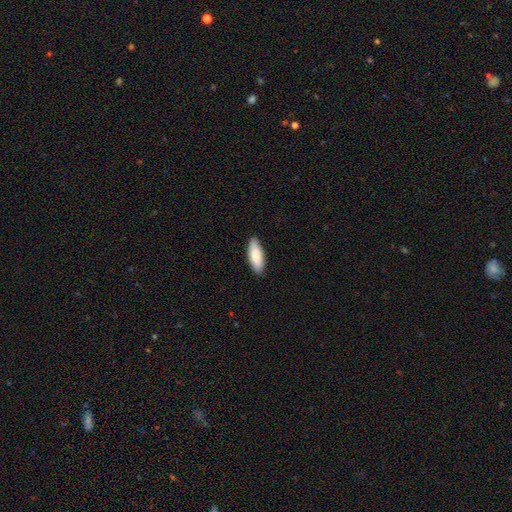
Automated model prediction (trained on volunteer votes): Smooth or featured? Predicted: smooth (p=0.83). How rounded? Predicted: in between (p=0.67). Merging? Predicted: none (p=0.88).